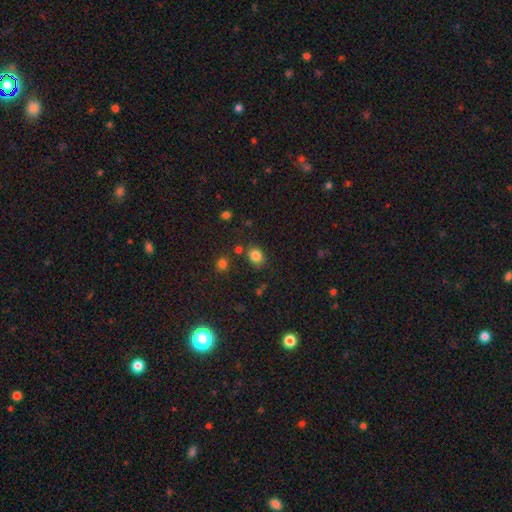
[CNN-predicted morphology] Smooth or featured?
  - smooth: 82% *
  - star or artifact: 12%
  - featured or disk: 6%
How rounded?
  - round: 52% *
  - in between: 47%
  - cigar-shaped: 1%
Merging?
  - none: 78% *
  - minor disturbance: 12%
  - merger: 6%
  - major disturbance: 4%